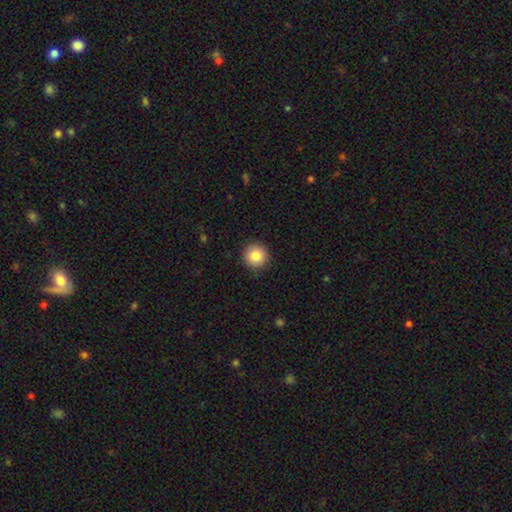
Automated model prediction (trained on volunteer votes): Smooth or featured: smooth — 84% (star or artifact — 9%)
How rounded: round — 95% (in between — 4%)
Merging: none — 92% (minor disturbance — 6%)